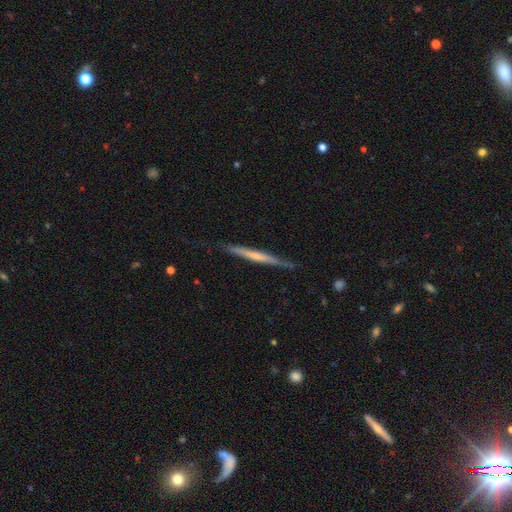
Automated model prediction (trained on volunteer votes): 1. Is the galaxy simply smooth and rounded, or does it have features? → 57% featured or disk, 37% smooth, 5% star or artifact.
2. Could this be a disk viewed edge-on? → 97% yes, 3% no.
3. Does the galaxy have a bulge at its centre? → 65% none, 27% rounded, 9% boxy.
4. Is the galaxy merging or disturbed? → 84% none, 13% minor disturbance, 2% major disturbance, 1% merger.